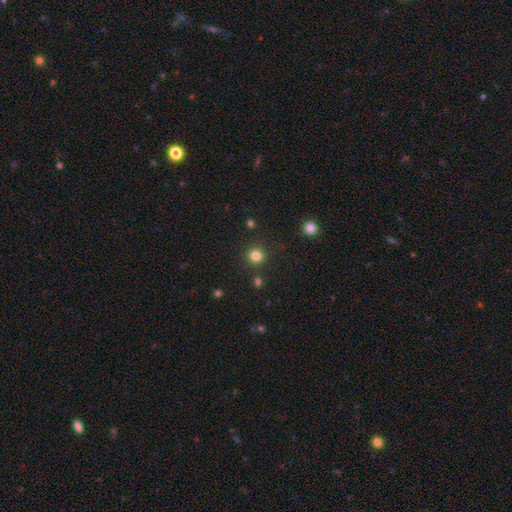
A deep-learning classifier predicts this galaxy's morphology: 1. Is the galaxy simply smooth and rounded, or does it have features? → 82% smooth, 14% star or artifact, 4% featured or disk.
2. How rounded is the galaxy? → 95% round, 5% in between, 1% cigar-shaped.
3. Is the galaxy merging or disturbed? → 90% none, 6% minor disturbance, 3% merger, 2% major disturbance.